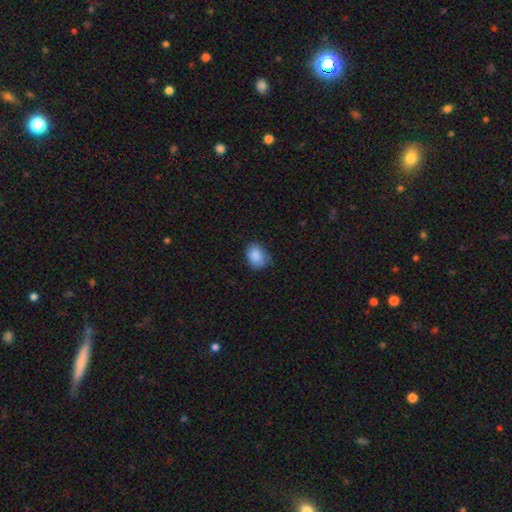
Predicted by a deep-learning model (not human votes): smooth-or-featured: smooth: 86% | star or artifact: 8% | featured or disk: 6%
  how-rounded: in between: 59% | round: 40% | cigar-shaped: 1%
  merging: none: 60% | minor disturbance: 32% | major disturbance: 6% | merger: 1%